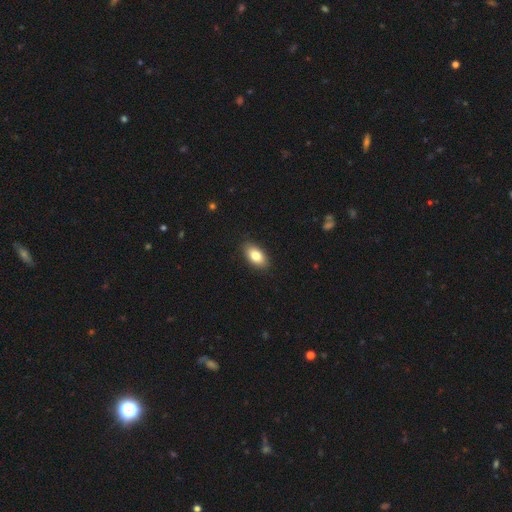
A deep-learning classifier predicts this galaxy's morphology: type=smooth (81%); roundness=in between (91%); merging=none (89%).